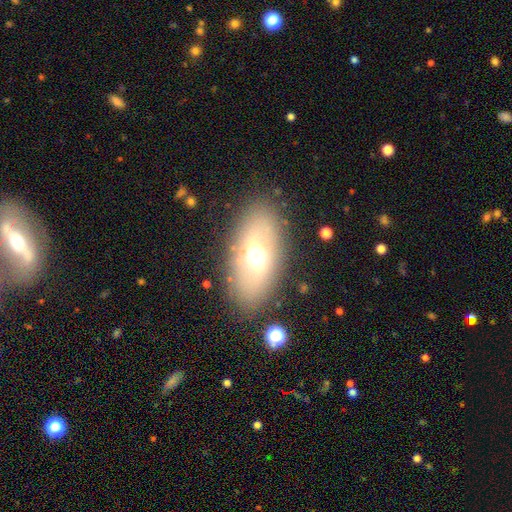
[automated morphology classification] Smooth or featured? Predicted: smooth (p=0.52). How rounded? Predicted: in between (p=0.86). Merging? Predicted: none (p=0.81).